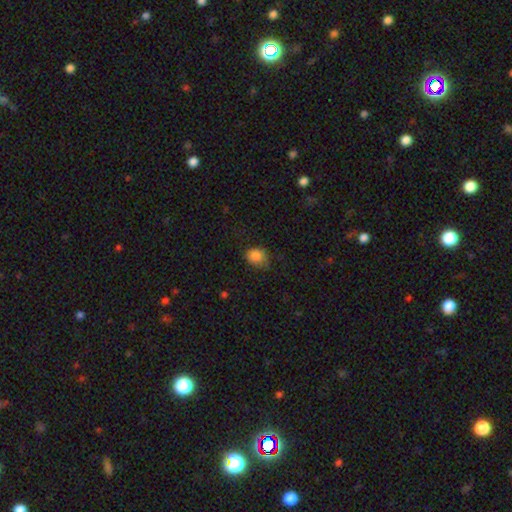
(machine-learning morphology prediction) The model was most divided on "how rounded": round: 60%, in between: 39%, cigar-shaped: 1%. More confident: smooth or featured — smooth (84%); merging — none (57%).